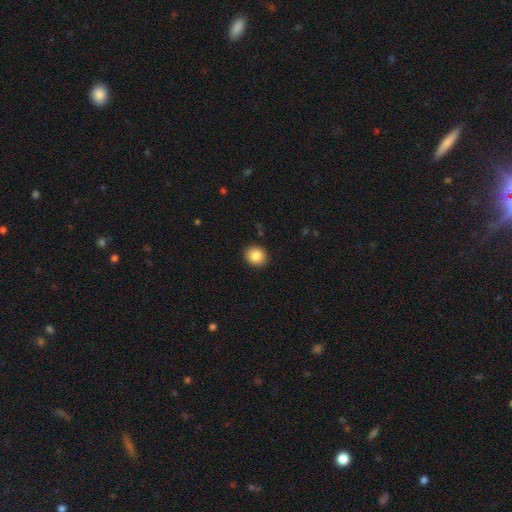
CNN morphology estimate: Smooth or featured? smooth (85%)
How rounded? round (71%)
Merging? none (91%)